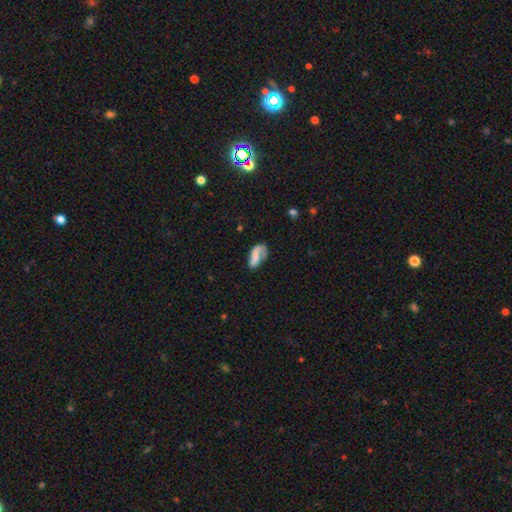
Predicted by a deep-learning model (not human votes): featured or disk 46%, smooth 45%, star or artifact 9%. Down the decision tree: merging — none (41%).